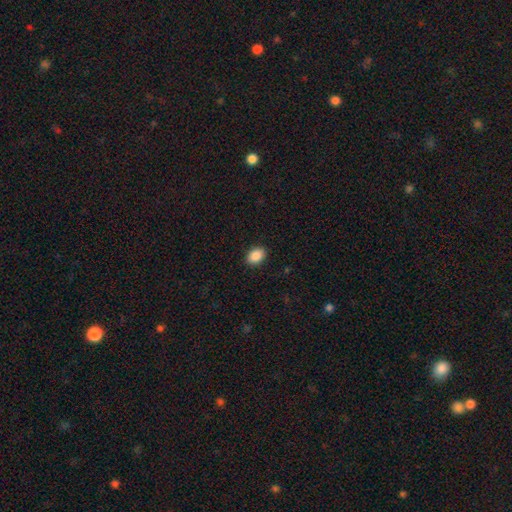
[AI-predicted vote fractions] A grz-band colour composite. It shows a smooth galaxy with no disk features (89%) that is in between round and cigar-shaped (82%). Merging: none (90%).